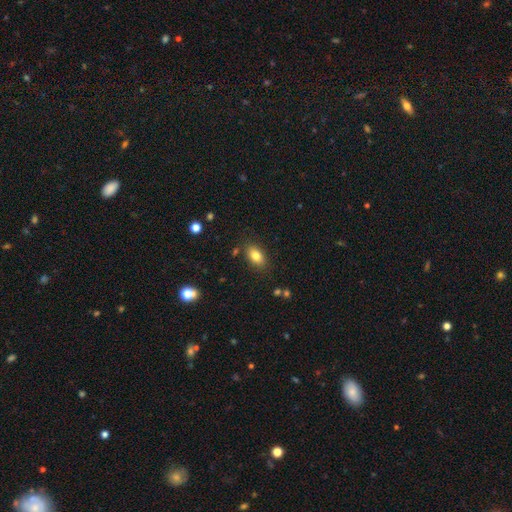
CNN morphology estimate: smooth 82%, featured or disk 9%, star or artifact 9%. Down the decision tree: how rounded — in between (88%); merging — none (83%).